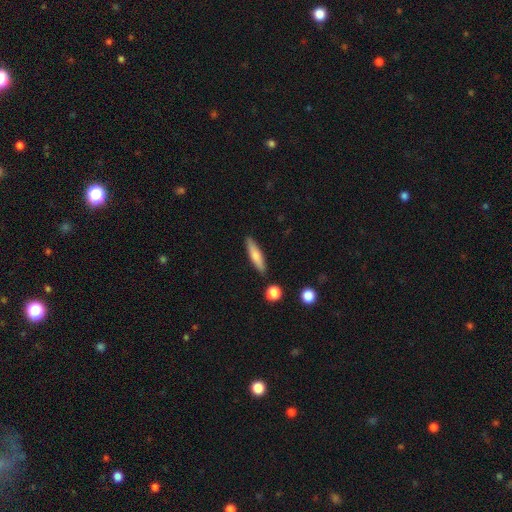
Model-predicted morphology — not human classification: Smooth or featured? Predicted: smooth (p=0.71). How rounded? Predicted: cigar-shaped (p=0.78). Merging? Predicted: none (p=0.86).